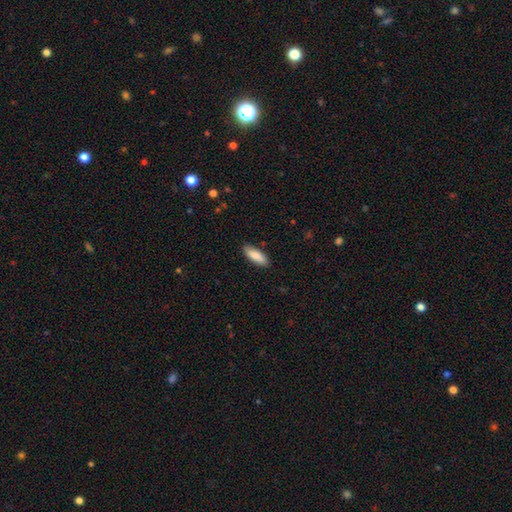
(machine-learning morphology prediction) type=smooth (86%); roundness=in between (66%); merging=none (88%).